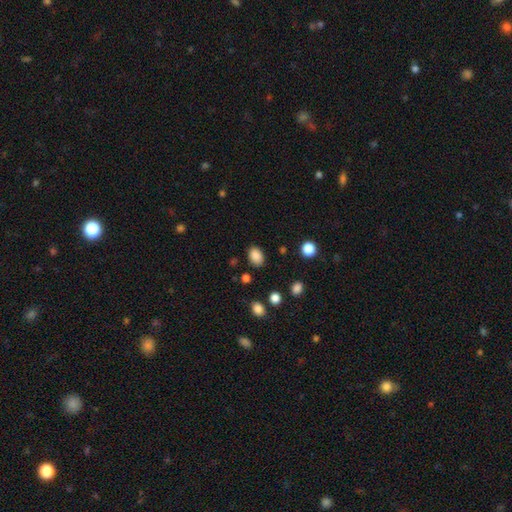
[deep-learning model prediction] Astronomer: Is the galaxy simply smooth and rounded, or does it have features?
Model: smooth — 86%.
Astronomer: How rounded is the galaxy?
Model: in between — 75%.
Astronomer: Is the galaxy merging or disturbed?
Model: none — 83%.